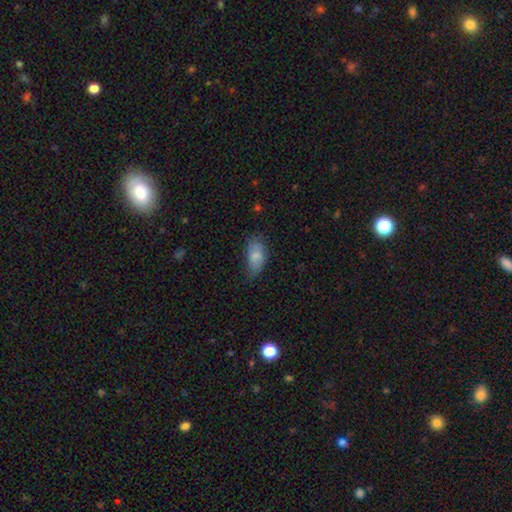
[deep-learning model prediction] A smooth galaxy with no disk features (78%) that is in between round and cigar-shaped (92%). Merging: none (54%).